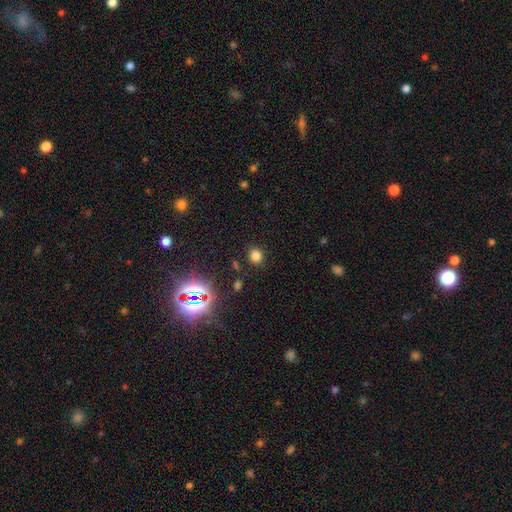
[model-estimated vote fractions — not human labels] Morphology: type=smooth (74%); roundness=round (65%); merging=none (85%).